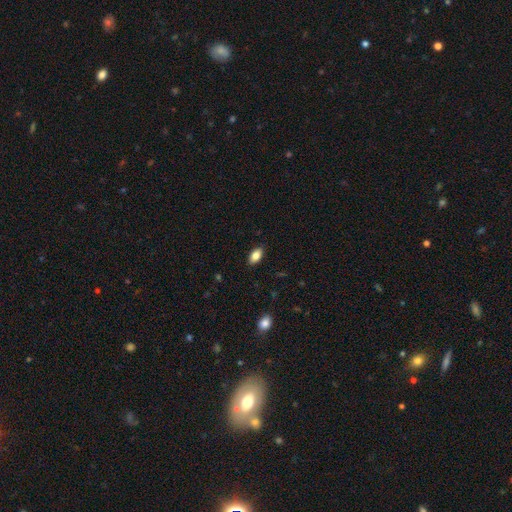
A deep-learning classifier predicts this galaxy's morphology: type=smooth (84%); roundness=in between (91%); merging=none (88%).